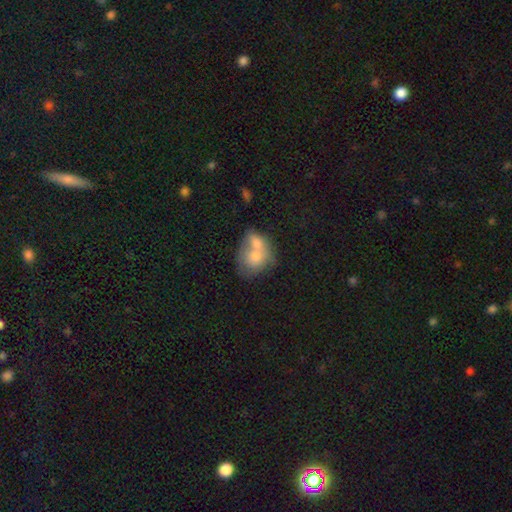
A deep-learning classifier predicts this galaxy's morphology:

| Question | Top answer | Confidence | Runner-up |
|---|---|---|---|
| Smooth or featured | smooth | 69% | featured or disk (24%) |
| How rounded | round | 55% | in between (43%) |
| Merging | merger | 68% | none (19%) |